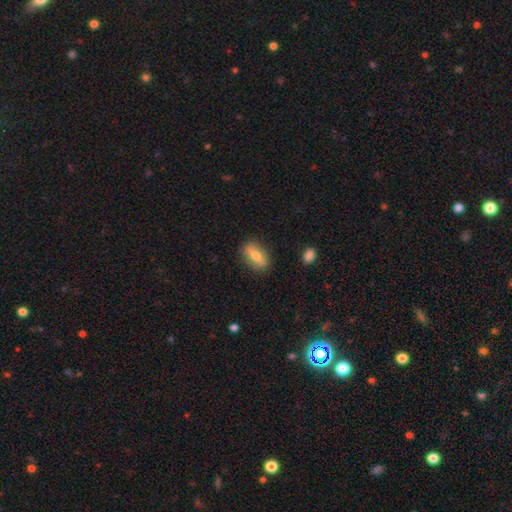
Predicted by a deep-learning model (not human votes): Smooth or featured?
  - smooth: 56% *
  - featured or disk: 37%
  - star or artifact: 7%
How rounded?
  - in between: 78% *
  - round: 11%
  - cigar-shaped: 11%
Merging?
  - none: 85% *
  - minor disturbance: 11%
  - major disturbance: 3%
  - merger: 2%